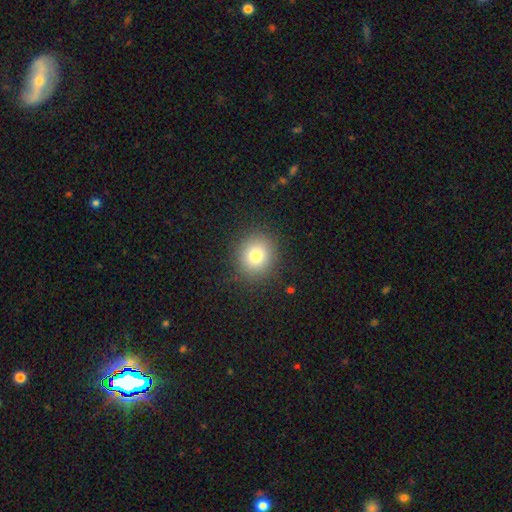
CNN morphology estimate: smooth-or-featured: smooth: 79% | star or artifact: 12% | featured or disk: 9%
  how-rounded: round: 84% | in between: 15% | cigar-shaped: 1%
  merging: none: 88% | minor disturbance: 8% | major disturbance: 3% | merger: 1%